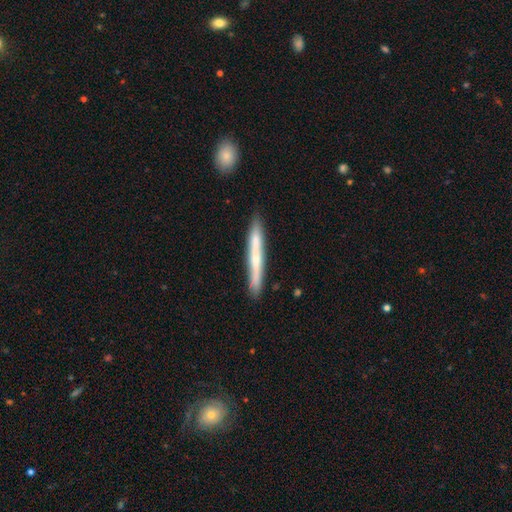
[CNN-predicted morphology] type=featured or disk (47%); merging=none (87%).